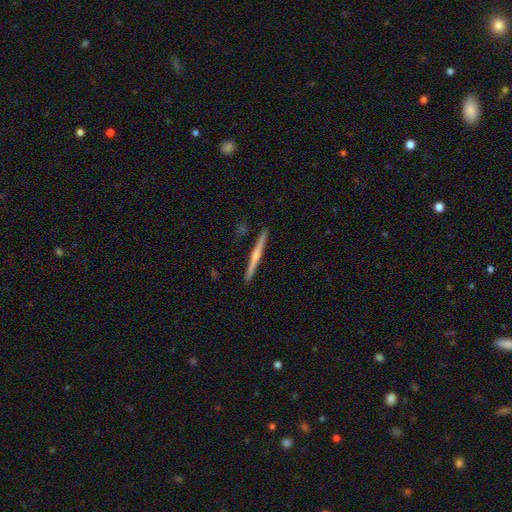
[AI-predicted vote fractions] featured or disk 63%, smooth 32%, star or artifact 5%. Down the decision tree: edge-on disk — yes (98%); edge-on bulge — rounded (67%); merging — none (92%).